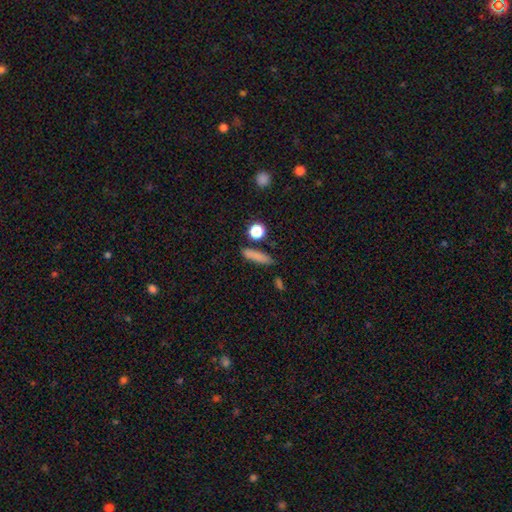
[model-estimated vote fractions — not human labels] smooth 79%, star or artifact 12%, featured or disk 9%. Down the decision tree: how rounded — cigar-shaped (71%); merging — none (81%).